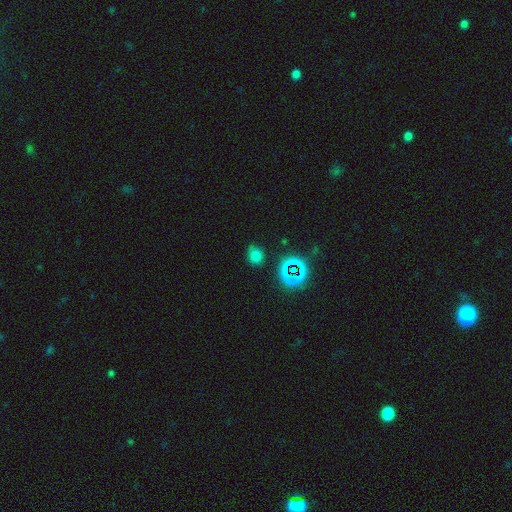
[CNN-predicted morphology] smooth-or-featured: smooth: 67% | star or artifact: 26% | featured or disk: 7%
  how-rounded: round: 66% | in between: 32% | cigar-shaped: 1%
  merging: none: 78% | minor disturbance: 15% | major disturbance: 4% | merger: 3%